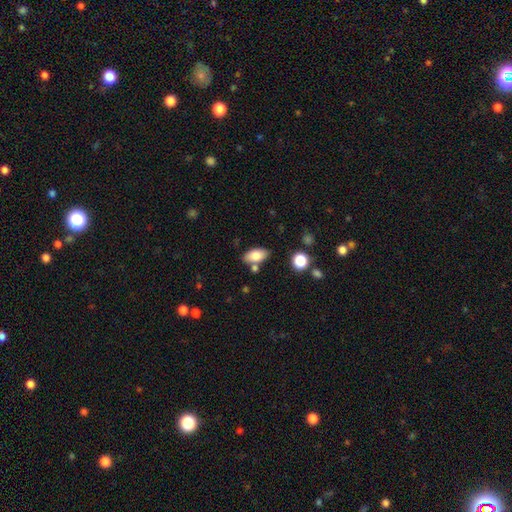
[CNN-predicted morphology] A smooth galaxy with no disk features (81%) that is in between round and cigar-shaped (91%). Merging: none (73%).